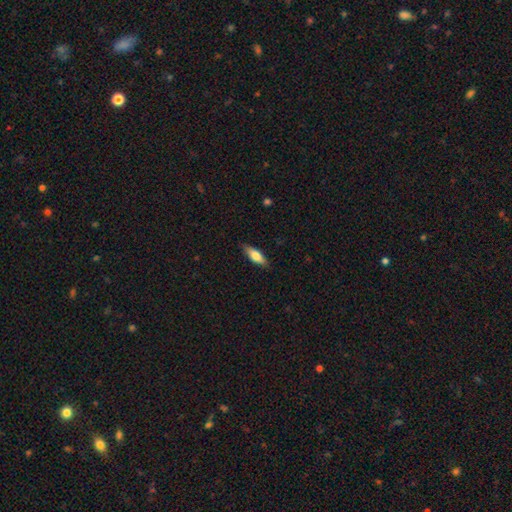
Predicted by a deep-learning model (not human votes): Smooth or featured?
  - smooth: 70% *
  - featured or disk: 24%
  - star or artifact: 6%
How rounded?
  - in between: 59% *
  - cigar-shaped: 38%
  - round: 2%
Merging?
  - none: 85% *
  - minor disturbance: 11%
  - major disturbance: 2%
  - merger: 1%